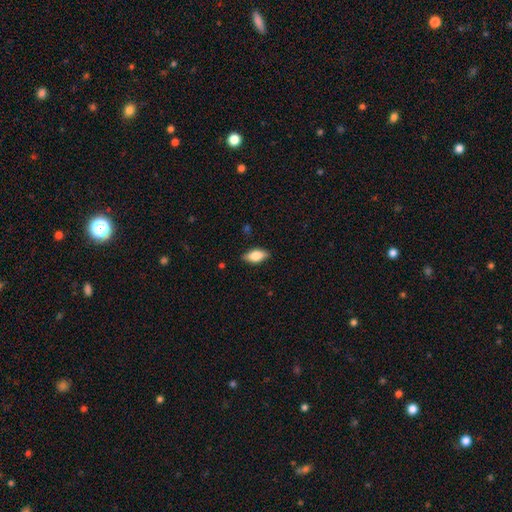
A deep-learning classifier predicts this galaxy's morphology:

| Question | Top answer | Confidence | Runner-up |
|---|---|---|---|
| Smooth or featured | smooth | 76% | featured or disk (17%) |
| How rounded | in between | 86% | cigar-shaped (10%) |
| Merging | none | 84% | minor disturbance (12%) |